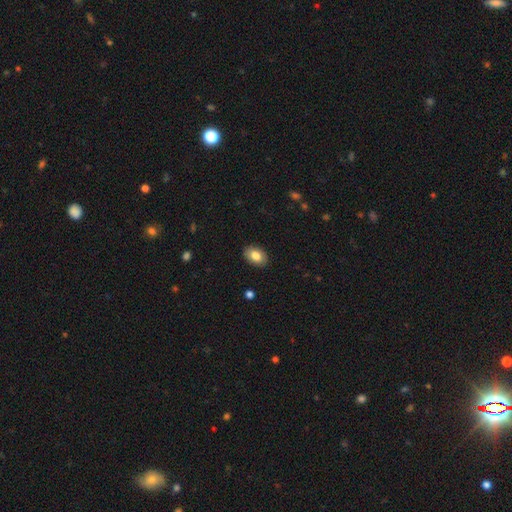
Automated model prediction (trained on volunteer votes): smooth 82%, featured or disk 11%, star or artifact 7%. Down the decision tree: how rounded — in between (89%); merging — none (89%).